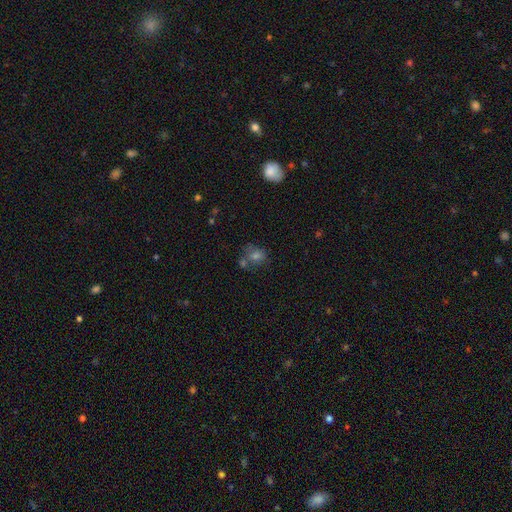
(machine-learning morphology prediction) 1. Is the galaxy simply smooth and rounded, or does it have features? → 64% smooth, 21% star or artifact, 15% featured or disk.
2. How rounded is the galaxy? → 68% round, 31% in between, 1% cigar-shaped.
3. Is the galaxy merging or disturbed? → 53% none, 24% merger, 15% minor disturbance, 7% major disturbance.